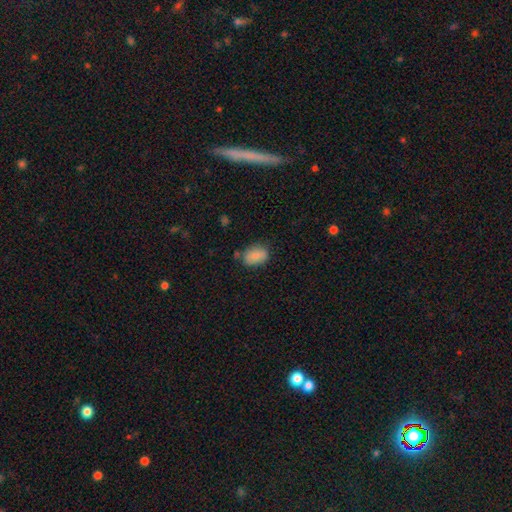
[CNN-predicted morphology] Smooth or featured? Predicted: smooth (p=0.84). How rounded? Predicted: in between (p=0.81). Merging? Predicted: none (p=0.70).